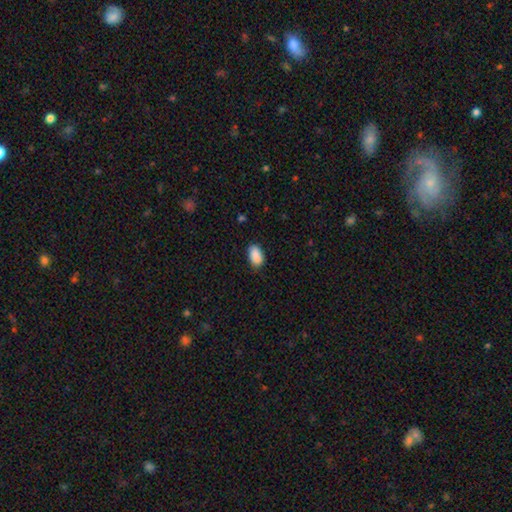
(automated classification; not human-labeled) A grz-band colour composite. It shows a smooth galaxy with no disk features (88%) that is in between round and cigar-shaped (92%). Merging: none (79%).